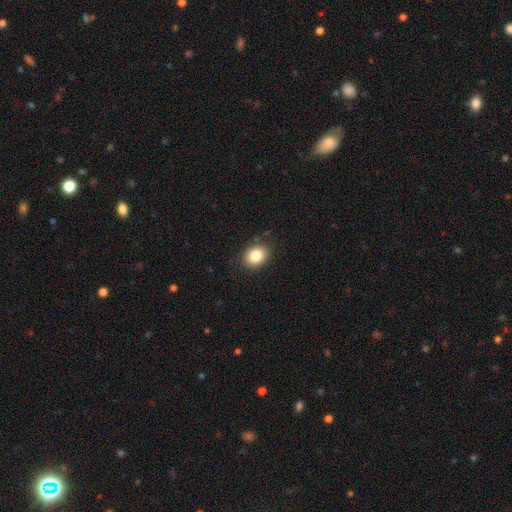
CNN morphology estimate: This appears to be a smooth galaxy with no disk features (84%) that is in between round and cigar-shaped (56%). Merging: none (86%).